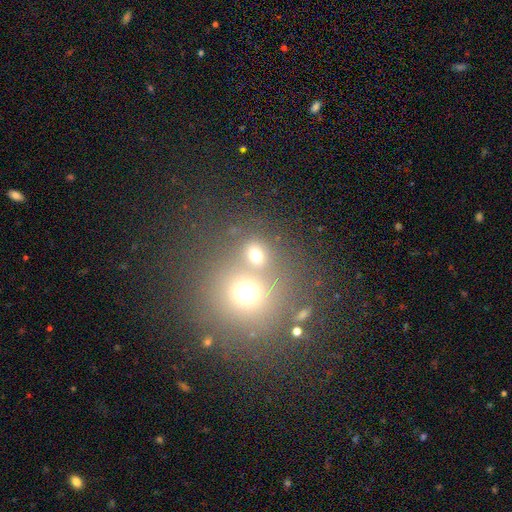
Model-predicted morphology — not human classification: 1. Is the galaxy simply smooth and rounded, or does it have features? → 65% smooth, 23% star or artifact, 12% featured or disk.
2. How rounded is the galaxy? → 78% round, 20% in between, 1% cigar-shaped.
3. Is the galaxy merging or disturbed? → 46% none, 43% merger, 7% minor disturbance, 5% major disturbance.